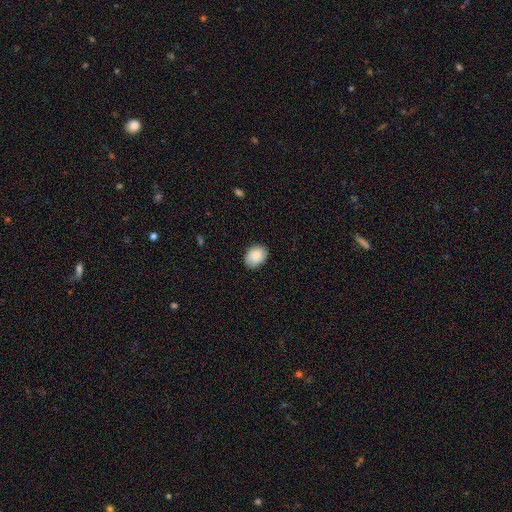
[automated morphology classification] Smooth or featured? smooth (83%)
How rounded? in between (76%)
Merging? none (81%)